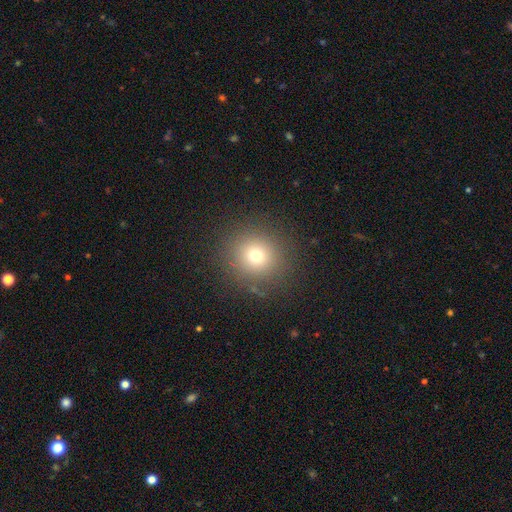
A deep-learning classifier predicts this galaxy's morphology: This appears to be a smooth galaxy with no disk features (71%) that is round (93%). Merging: none (87%).